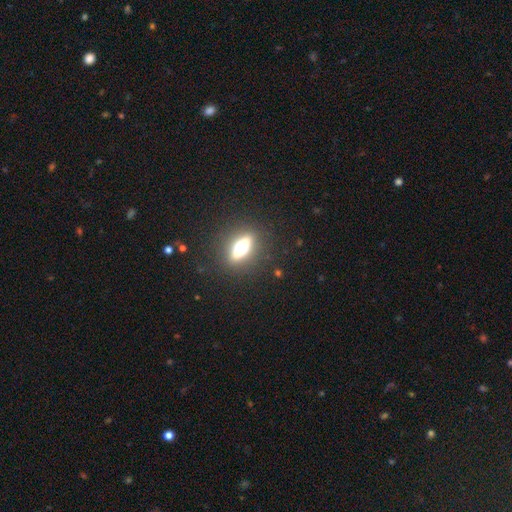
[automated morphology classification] Smooth or featured: smooth — 55% (featured or disk — 26%)
How rounded: in between — 59% (cigar-shaped — 26%)
Merging: none — 88% (minor disturbance — 7%)